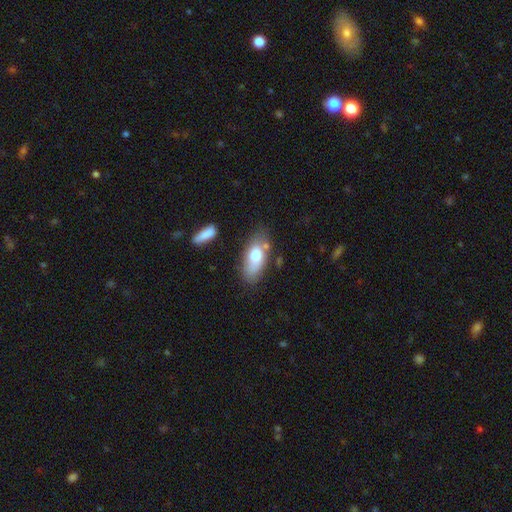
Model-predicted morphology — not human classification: The model was most divided on "merging": none: 62%, minor disturbance: 22%, merger: 9%, major disturbance: 7%. More confident: how rounded — in between (85%); smooth or featured — smooth (71%).